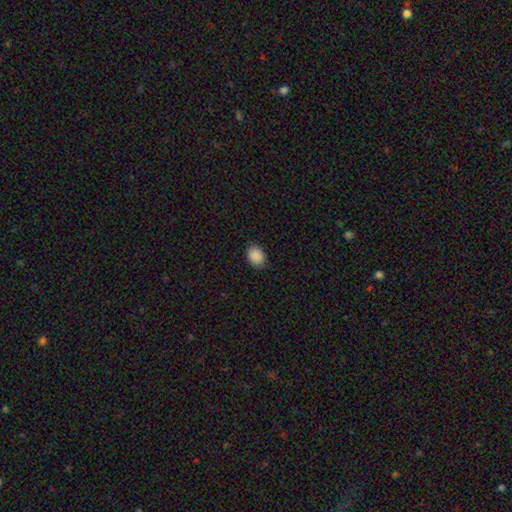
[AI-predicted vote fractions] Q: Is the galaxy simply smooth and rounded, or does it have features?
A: smooth — 89%.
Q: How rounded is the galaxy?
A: in between — 67%.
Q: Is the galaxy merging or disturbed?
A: none — 86%.